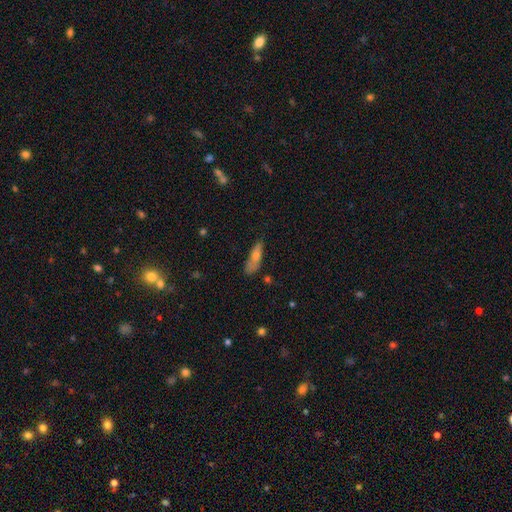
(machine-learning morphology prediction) Smooth or featured? Predicted: smooth (p=0.61). How rounded? Predicted: cigar-shaped (p=0.57). Merging? Predicted: none (p=0.59).